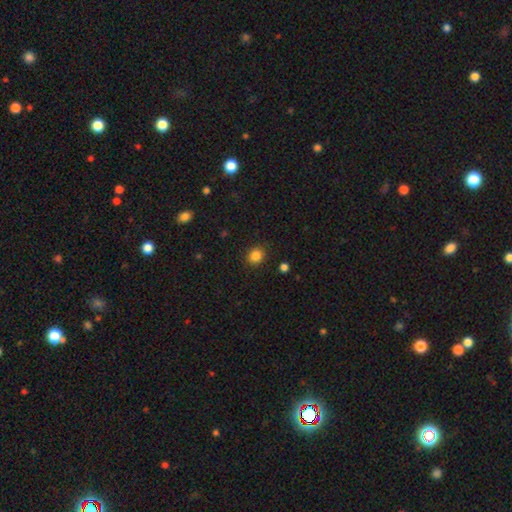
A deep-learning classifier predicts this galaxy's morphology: Smooth or featured?
  - smooth: 85% *
  - star or artifact: 11%
  - featured or disk: 4%
How rounded?
  - round: 81% *
  - in between: 18%
  - cigar-shaped: 1%
Merging?
  - none: 89% *
  - minor disturbance: 7%
  - major disturbance: 2%
  - merger: 1%